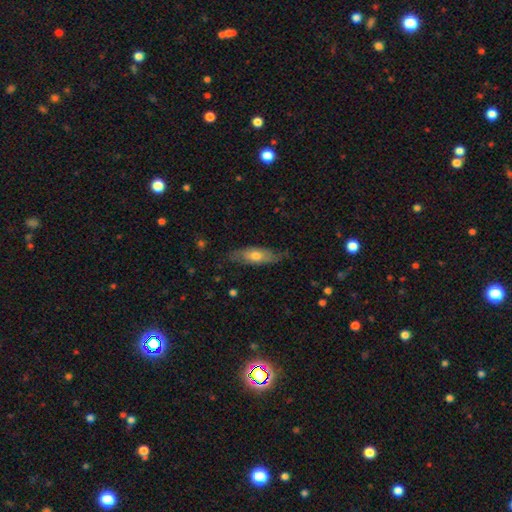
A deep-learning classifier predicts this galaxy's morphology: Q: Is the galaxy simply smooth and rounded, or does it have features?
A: smooth — 60%.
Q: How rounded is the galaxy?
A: in between — 61%.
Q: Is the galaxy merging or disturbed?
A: none — 71%.